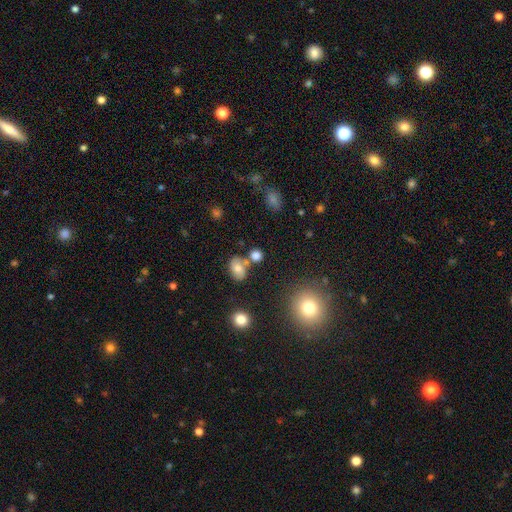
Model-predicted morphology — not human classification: smooth 75%, star or artifact 15%, featured or disk 10%. Down the decision tree: how rounded — round (70%); merging — none (61%).